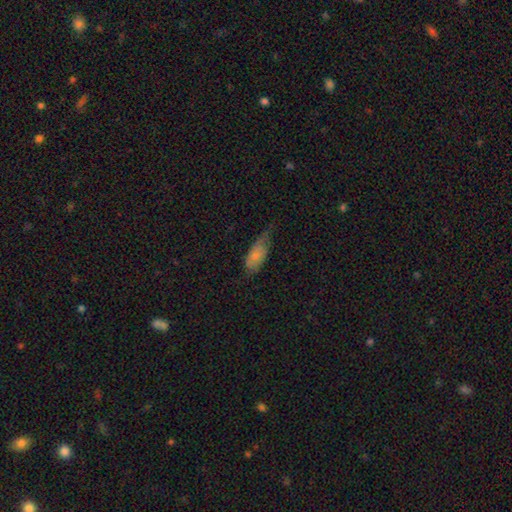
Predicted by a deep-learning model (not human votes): This appears to be a smooth galaxy with no disk features (71%) that is in between round and cigar-shaped (83%). Merging: minor disturbance (41%).